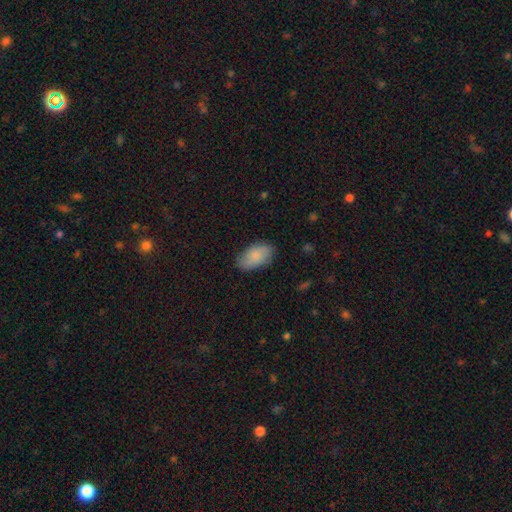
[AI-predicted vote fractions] smooth-or-featured: smooth: 82% | featured or disk: 12% | star or artifact: 6%
  how-rounded: in between: 94% | round: 4% | cigar-shaped: 2%
  merging: none: 80% | minor disturbance: 15% | major disturbance: 3% | merger: 1%